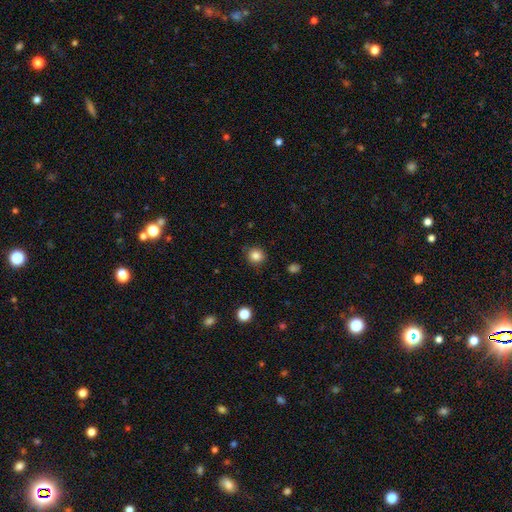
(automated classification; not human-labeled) The model was most divided on "smooth or featured": smooth: 84%, star or artifact: 12%, featured or disk: 4%. More confident: how rounded — round (88%); merging — none (86%).